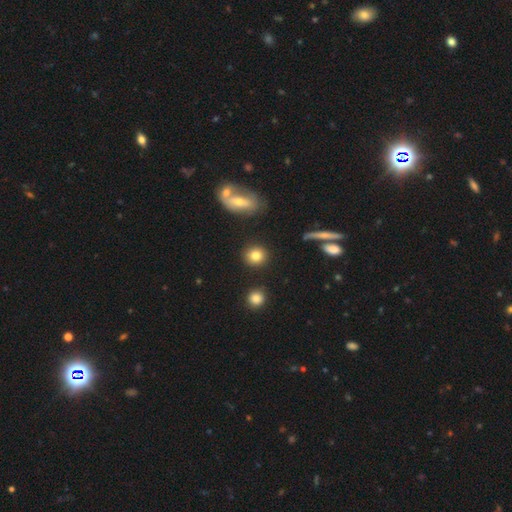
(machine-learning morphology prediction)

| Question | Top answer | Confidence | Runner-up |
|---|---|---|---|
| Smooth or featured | smooth | 83% | star or artifact (10%) |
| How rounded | round | 85% | in between (13%) |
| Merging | none | 86% | minor disturbance (7%) |